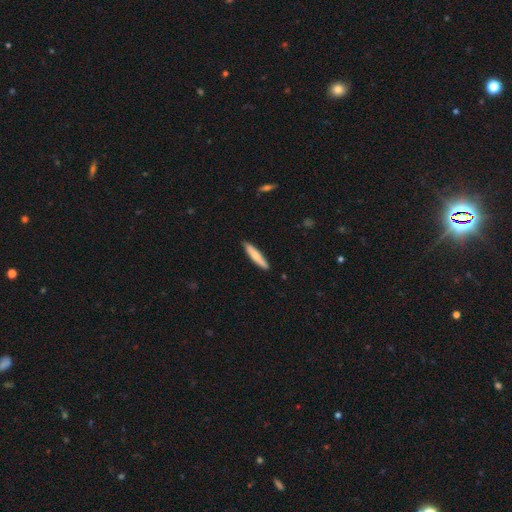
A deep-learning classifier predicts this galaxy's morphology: This appears to be a smooth galaxy with no disk features (71%) that is cigar-shaped (89%). Merging: none (89%).